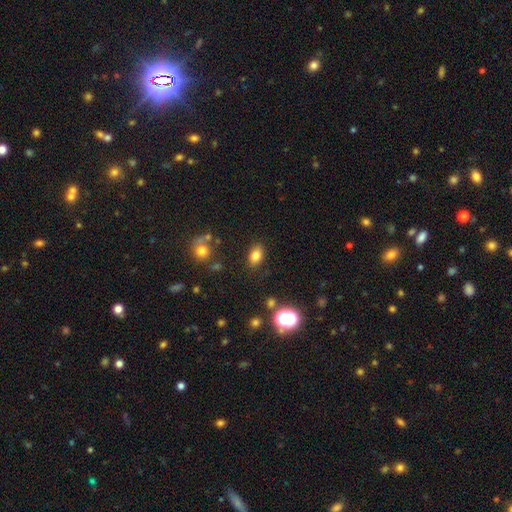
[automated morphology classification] This is likely a smooth galaxy (78%). How rounded: clearly in between (84%). Merging: clearly none (84%).